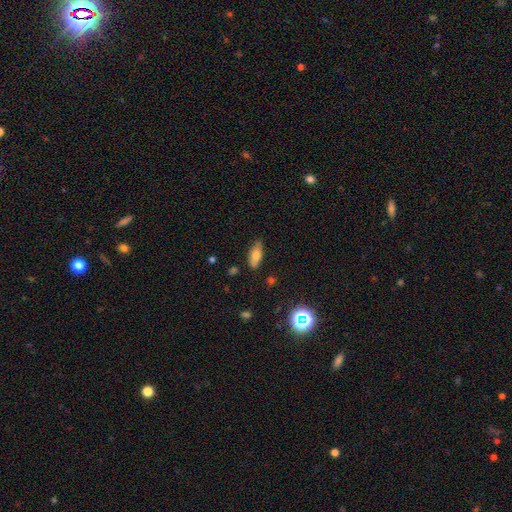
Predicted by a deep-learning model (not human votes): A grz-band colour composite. It shows a smooth galaxy with no disk features (76%) that is in between round and cigar-shaped (75%). Merging: none (79%).